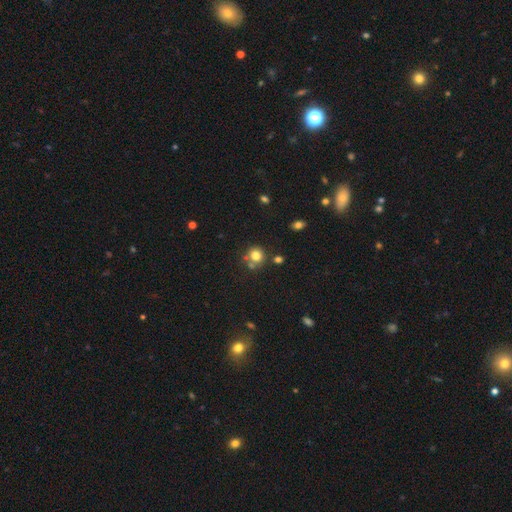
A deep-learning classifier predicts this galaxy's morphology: A smooth galaxy with no disk features (78%) that is round (87%). Merging: none (65%).